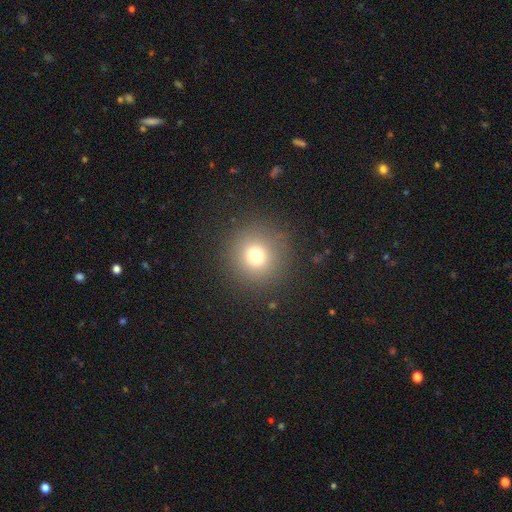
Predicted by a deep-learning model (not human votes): smooth-or-featured: smooth: 73% | star or artifact: 17% | featured or disk: 10%
  how-rounded: round: 95% | in between: 4% | cigar-shaped: 1%
  merging: none: 89% | minor disturbance: 6% | major disturbance: 4% | merger: 1%